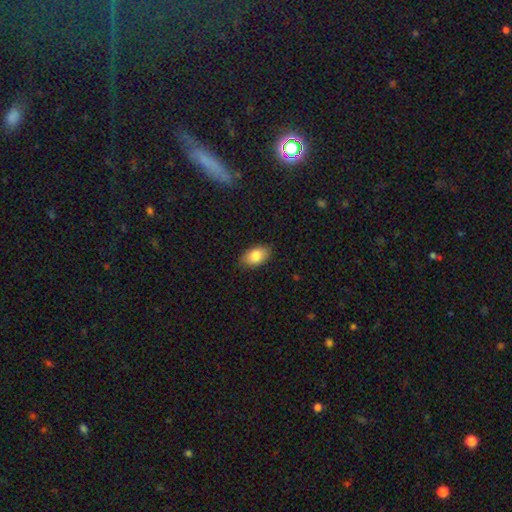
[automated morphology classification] smooth_or_featured: smooth (p=0.84) [alt: featured or disk p=0.09]
how_rounded: in between (p=0.91) [alt: round p=0.08]
merging: none (p=0.86) [alt: minor disturbance p=0.11]